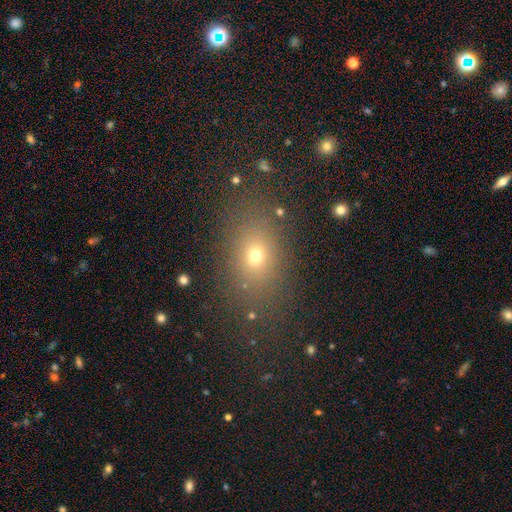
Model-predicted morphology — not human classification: smooth_or_featured: smooth (p=0.66) [alt: star or artifact p=0.21]
how_rounded: in between (p=0.68) [alt: round p=0.29]
merging: none (p=0.82) [alt: minor disturbance p=0.10]